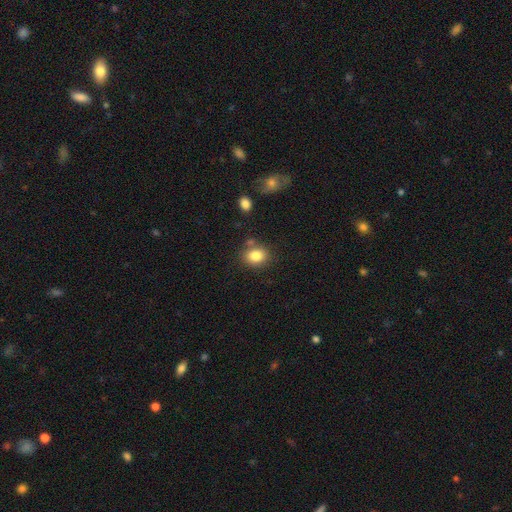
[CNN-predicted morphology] Smooth or featured?
  - smooth: 83% *
  - star or artifact: 10%
  - featured or disk: 7%
How rounded?
  - round: 55% *
  - in between: 44%
  - cigar-shaped: 1%
Merging?
  - none: 74% *
  - minor disturbance: 13%
  - merger: 10%
  - major disturbance: 4%